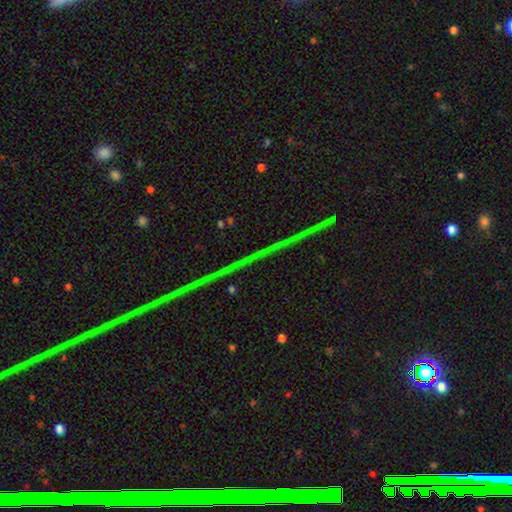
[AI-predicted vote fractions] Smooth or featured? star or artifact (77%)